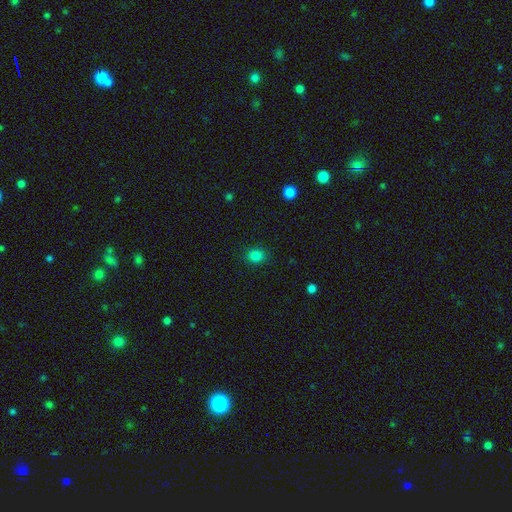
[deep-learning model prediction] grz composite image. It shows a smooth galaxy with no disk features (83%) that is round (65%). Merging: none (89%).